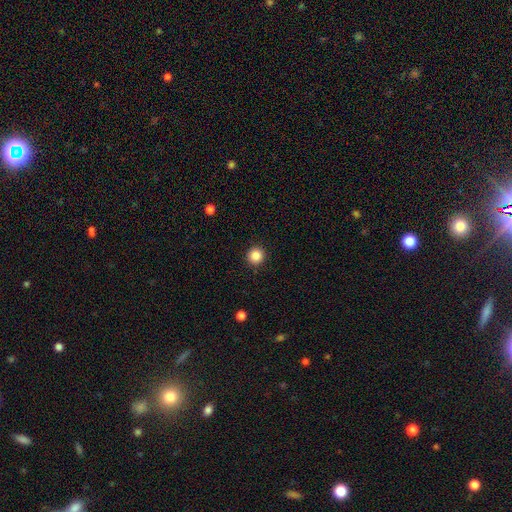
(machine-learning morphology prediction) Smooth or featured? smooth (86%)
How rounded? round (95%)
Merging? none (93%)